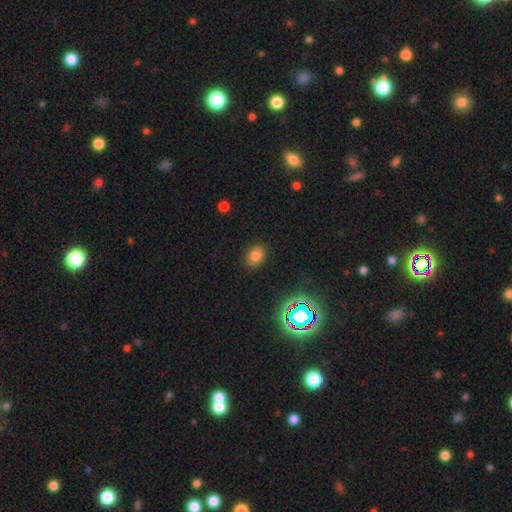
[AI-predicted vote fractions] This appears to be a smooth galaxy with no disk features (78%) that is in between round and cigar-shaped (66%). Merging: none (85%).